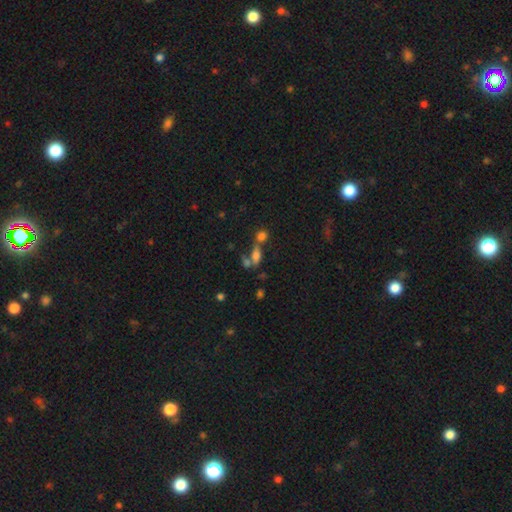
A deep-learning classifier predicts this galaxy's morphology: This appears to be a smooth galaxy with no disk features (60%) that is in between round and cigar-shaped (71%). Merging: merger (43%).